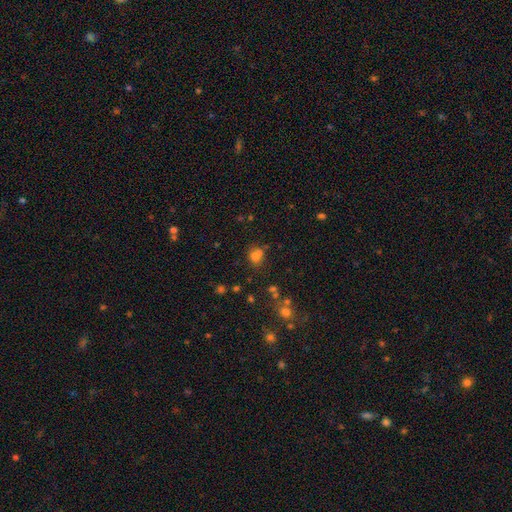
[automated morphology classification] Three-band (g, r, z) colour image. It shows a smooth galaxy with no disk features (71%) that is round (59%). Merging: none (55%).